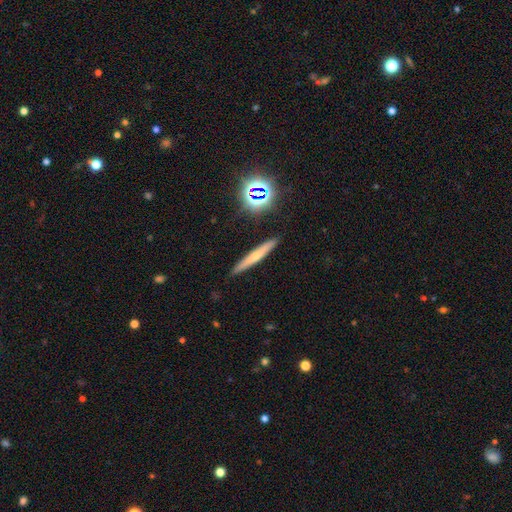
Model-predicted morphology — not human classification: Smooth or featured? Predicted: smooth (p=0.46). Merging? Predicted: none (p=0.89).